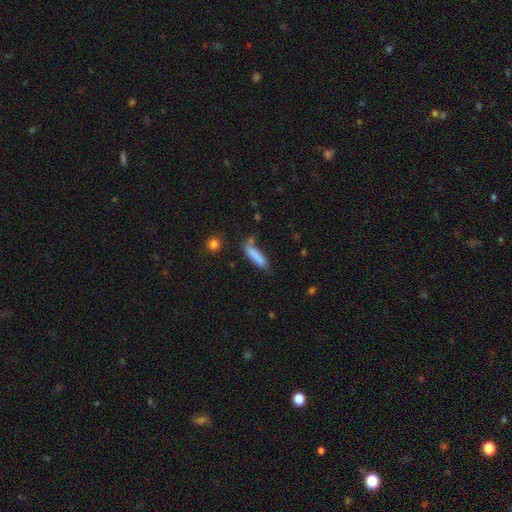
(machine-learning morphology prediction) Overall: smooth (82%). How rounded: cigar-shaped (66%; in between 32%). Merging: none (54%; minor disturbance 26%).